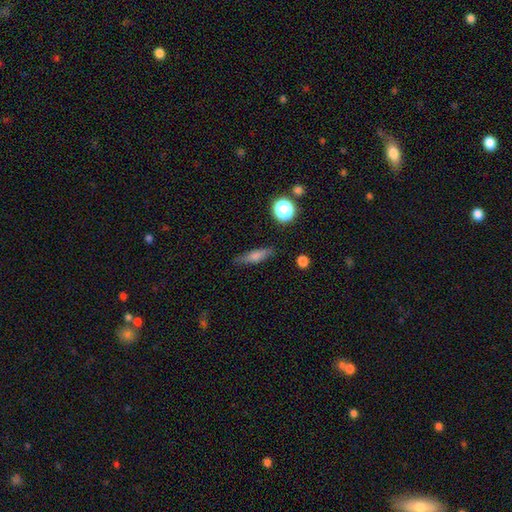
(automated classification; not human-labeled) Smooth or featured?
  - smooth: 61% *
  - featured or disk: 29%
  - star or artifact: 11%
How rounded?
  - cigar-shaped: 65% *
  - in between: 29%
  - round: 6%
Merging?
  - none: 82% *
  - minor disturbance: 13%
  - major disturbance: 4%
  - merger: 2%